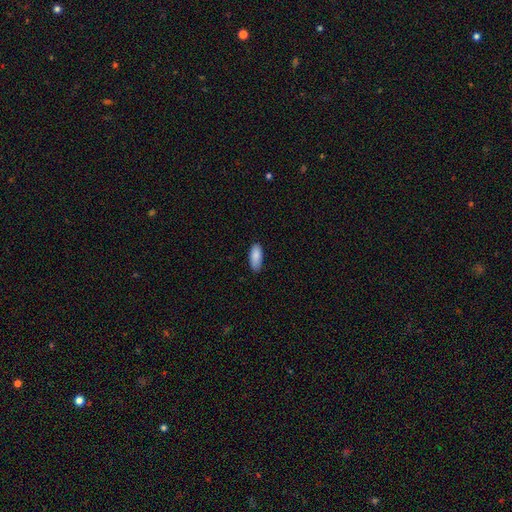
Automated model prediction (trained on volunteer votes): Overall: smooth (89%). How rounded: in between (80%). Merging: none (83%).